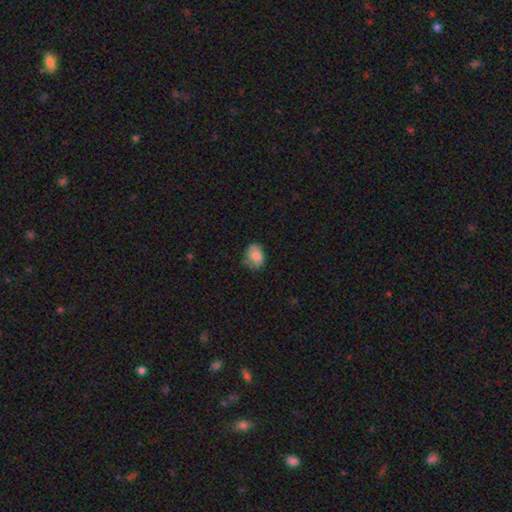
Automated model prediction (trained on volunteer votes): smooth_or_featured: smooth (p=0.77) [alt: featured or disk p=0.15]
how_rounded: in between (p=0.66) [alt: round p=0.33]
merging: none (p=0.59) [alt: minor disturbance p=0.30]